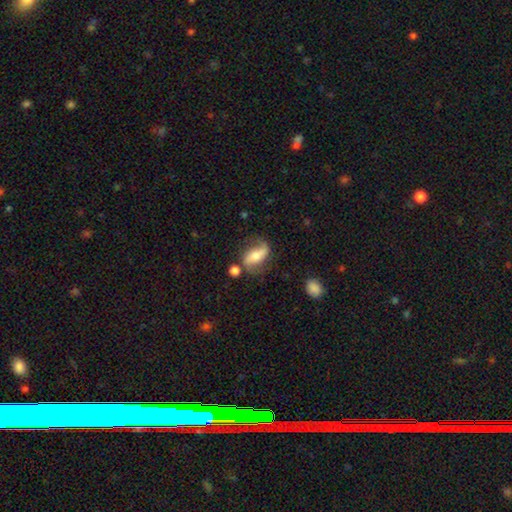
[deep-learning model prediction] Morphology: type=featured or disk (67%); edge-on=no (92%); bar=strong (36%); spiral arms=yes (89%); winding=loose (66%); arm count=2 (88%); bulge=moderate (44%); merging=none (62%).